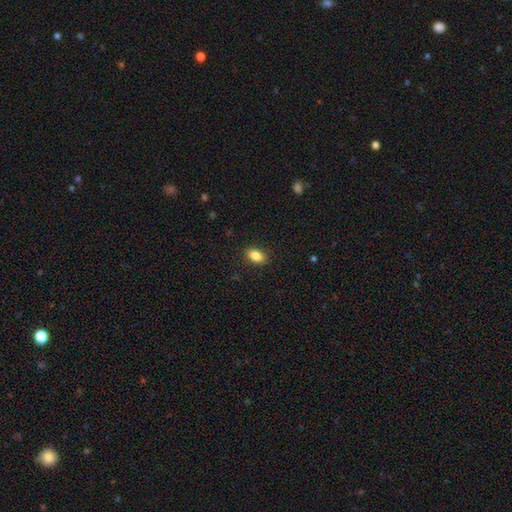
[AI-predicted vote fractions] This appears to be a smooth galaxy with no disk features (84%) that is in between round and cigar-shaped (86%). Merging: none (88%).